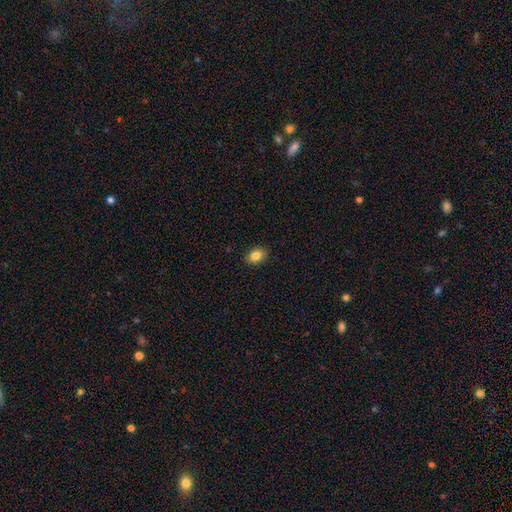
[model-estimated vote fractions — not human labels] The model was most divided on "how rounded": in between: 76%, round: 23%, cigar-shaped: 1%. More confident: merging — none (90%); smooth or featured — smooth (84%).